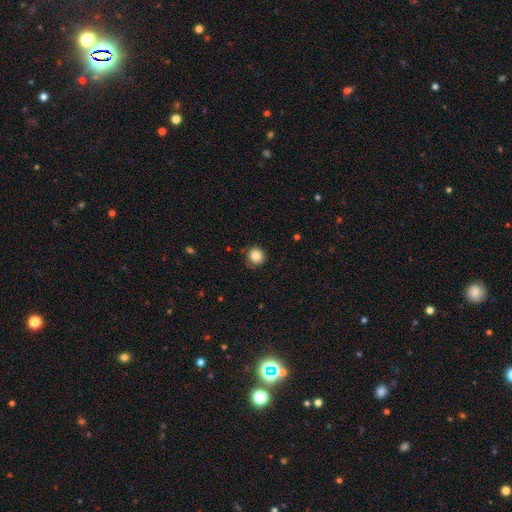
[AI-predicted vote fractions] A smooth galaxy with no disk features (83%) that is round (92%).

Vote fractions:
- Smooth or featured? smooth: 83% / star or artifact: 10% / featured or disk: 6%
- How rounded? round: 92% / in between: 7% / cigar-shaped: 1%
- Merging? none: 82% / minor disturbance: 13% / major disturbance: 3% / merger: 2%